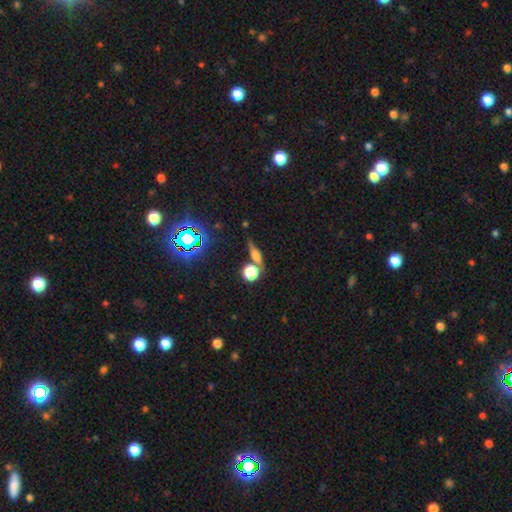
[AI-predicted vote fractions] Overall: smooth (40%; featured or disk 38%). Merging: none (66%).